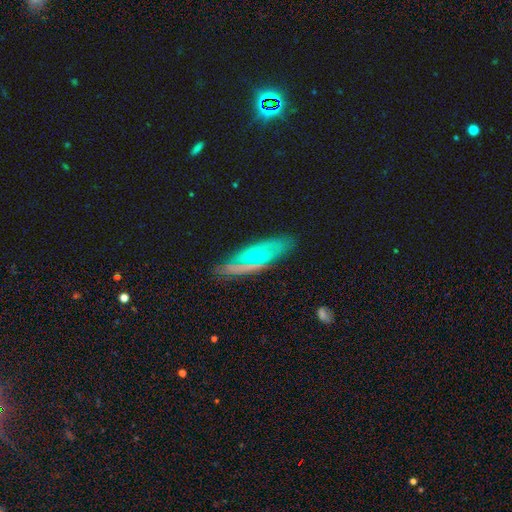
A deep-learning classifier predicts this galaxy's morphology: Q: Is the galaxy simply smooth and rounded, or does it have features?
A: smooth — 47%.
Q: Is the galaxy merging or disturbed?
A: none — 80%.